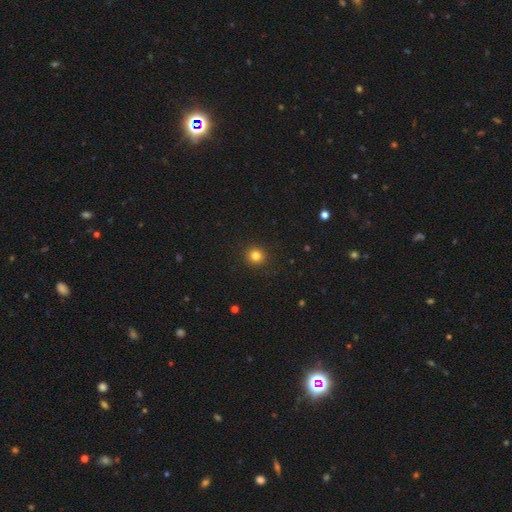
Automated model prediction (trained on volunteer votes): smooth 82%, star or artifact 13%, featured or disk 5%. Down the decision tree: how rounded — round (92%); merging — none (92%).